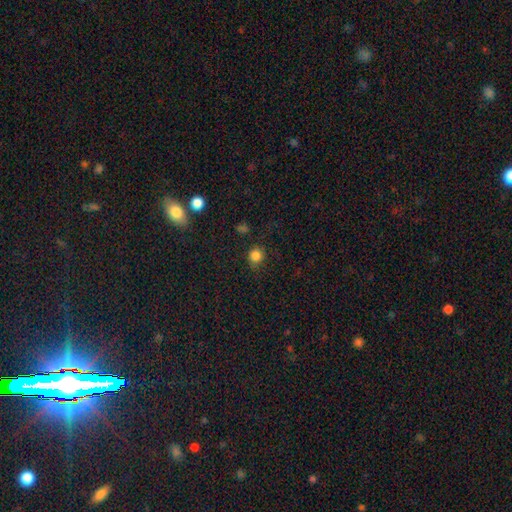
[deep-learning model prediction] Morphology: type=smooth (83%); roundness=round (88%); merging=none (80%).